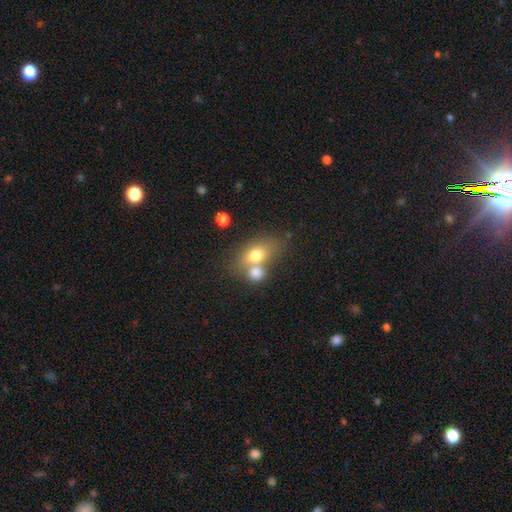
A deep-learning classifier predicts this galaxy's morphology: A smooth galaxy with no disk features (72%) that is in between round and cigar-shaped (71%).

Vote fractions:
- Smooth or featured? smooth: 72% / featured or disk: 18% / star or artifact: 9%
- How rounded? in between: 71% / round: 26% / cigar-shaped: 3%
- Merging? merger: 47% / none: 38% / minor disturbance: 10% / major disturbance: 5%